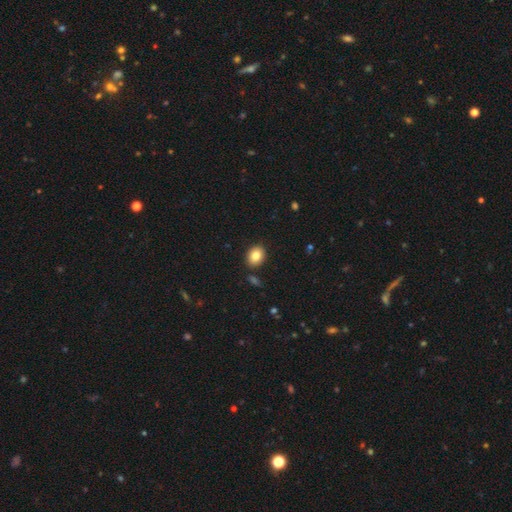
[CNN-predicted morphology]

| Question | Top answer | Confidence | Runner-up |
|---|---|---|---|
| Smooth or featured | smooth | 84% | star or artifact (9%) |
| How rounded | in between | 60% | round (39%) |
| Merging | none | 88% | minor disturbance (8%) |